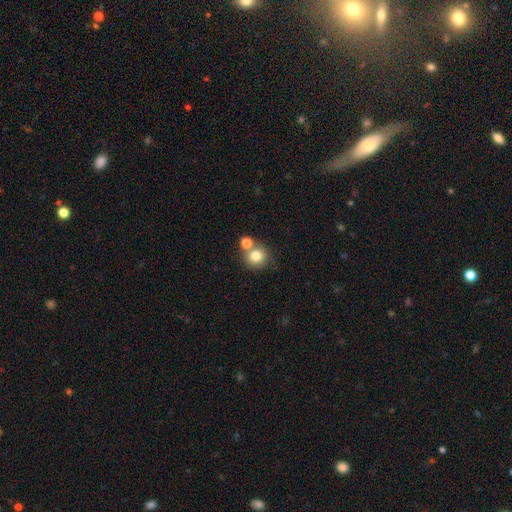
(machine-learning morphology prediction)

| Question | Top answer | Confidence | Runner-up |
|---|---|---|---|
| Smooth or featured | smooth | 79% | star or artifact (12%) |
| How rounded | round | 89% | in between (10%) |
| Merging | none | 59% | merger (29%) |